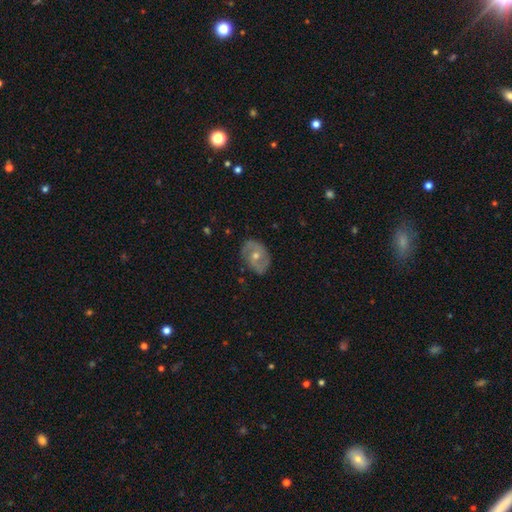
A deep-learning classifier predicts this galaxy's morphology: Smooth or featured? featured or disk (74%)
Edge-on disk? no (96%)
Bar? no (66%)
Spiral arms? yes (83%)
Spiral winding? medium (42%)
Spiral arm count? 2 (77%)
Bulge size? moderate (60%)
Merging? none (80%)